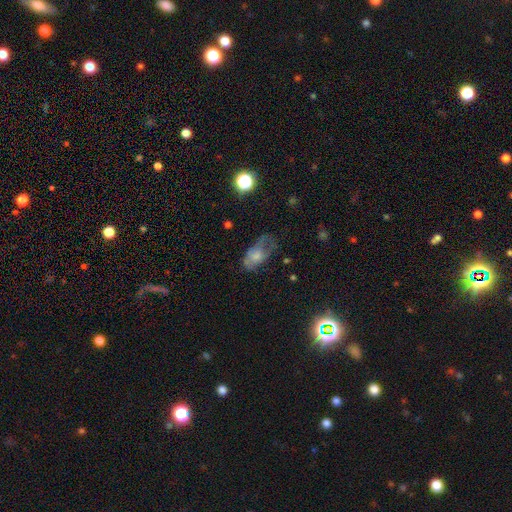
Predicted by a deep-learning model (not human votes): Q: Smooth or featured?
A: smooth (58%); runner-up: featured or disk (32%)
Q: How rounded?
A: in between (89%); runner-up: round (8%)
Q: Merging?
A: major disturbance (36%); runner-up: none (33%)